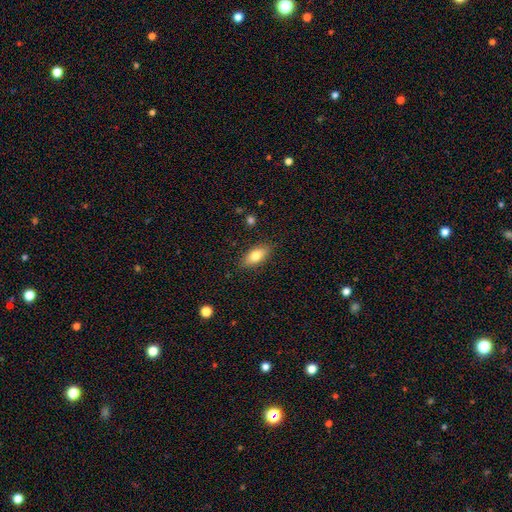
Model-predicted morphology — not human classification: smooth_or_featured: smooth (p=0.77) [alt: featured or disk p=0.16]
how_rounded: in between (p=0.83) [alt: cigar-shaped p=0.13]
merging: none (p=0.86) [alt: minor disturbance p=0.11]